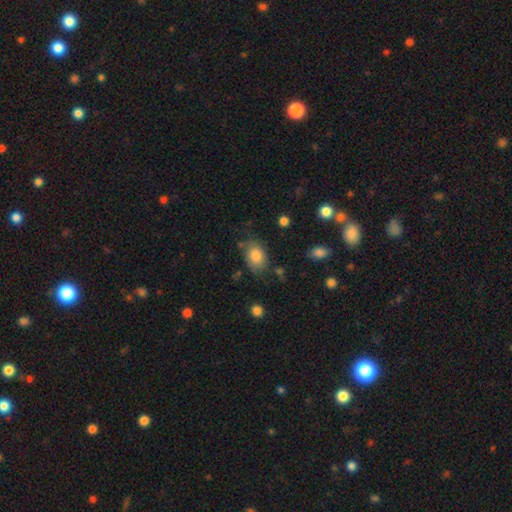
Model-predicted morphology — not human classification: This appears to be a smooth galaxy with no disk features (82%) that is in between round and cigar-shaped (77%). Merging: none (67%).